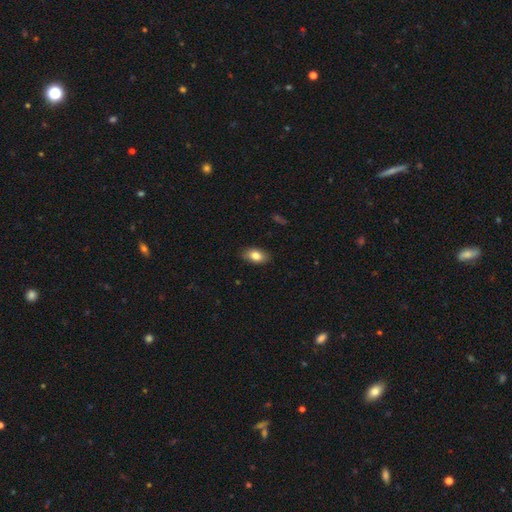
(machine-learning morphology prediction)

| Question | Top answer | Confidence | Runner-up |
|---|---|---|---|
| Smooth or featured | smooth | 82% | featured or disk (10%) |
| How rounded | in between | 90% | round (7%) |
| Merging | none | 86% | minor disturbance (11%) |